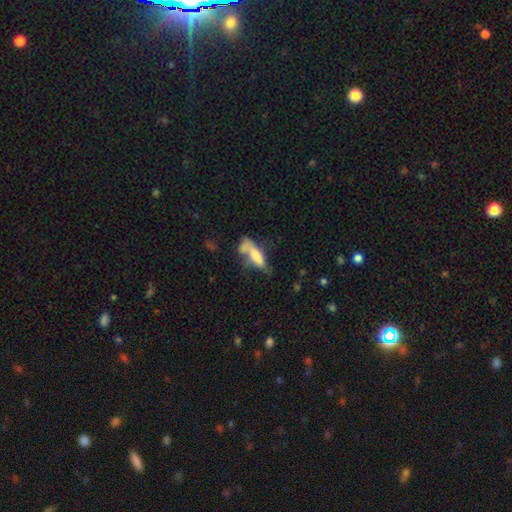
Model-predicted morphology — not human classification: A smooth galaxy with no disk features (62%) that is in between round and cigar-shaped (52%).

Vote fractions:
- Smooth or featured? smooth: 62% / featured or disk: 29% / star or artifact: 9%
- How rounded? in between: 52% / cigar-shaped: 45% / round: 3%
- Merging? none: 32% / merger: 23% / minor disturbance: 23% / major disturbance: 22%